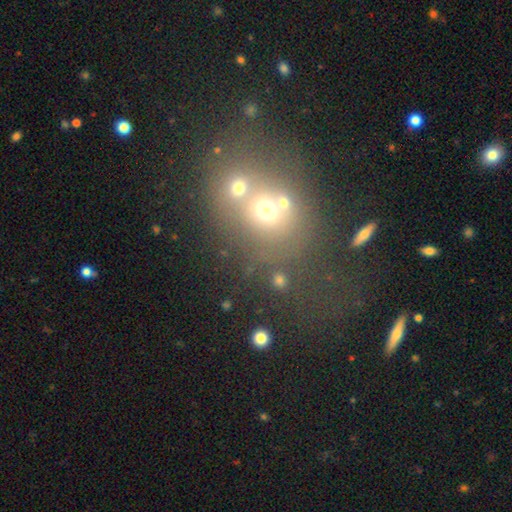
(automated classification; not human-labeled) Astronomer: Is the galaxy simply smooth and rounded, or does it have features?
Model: smooth — 53%.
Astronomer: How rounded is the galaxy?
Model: round — 59% (runner-up: in between, 39%).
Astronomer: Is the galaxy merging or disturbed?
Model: merger — 46% (runner-up: none, 37%).